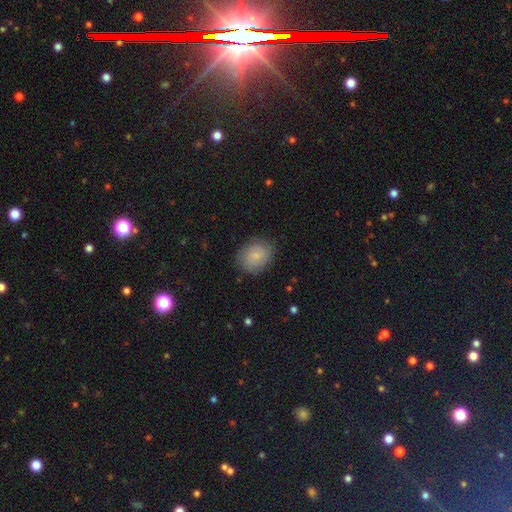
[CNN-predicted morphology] Q: Smooth or featured?
A: smooth (74%); runner-up: featured or disk (18%)
Q: How rounded?
A: round (50%); runner-up: in between (48%)
Q: Merging?
A: none (80%); runner-up: minor disturbance (15%)